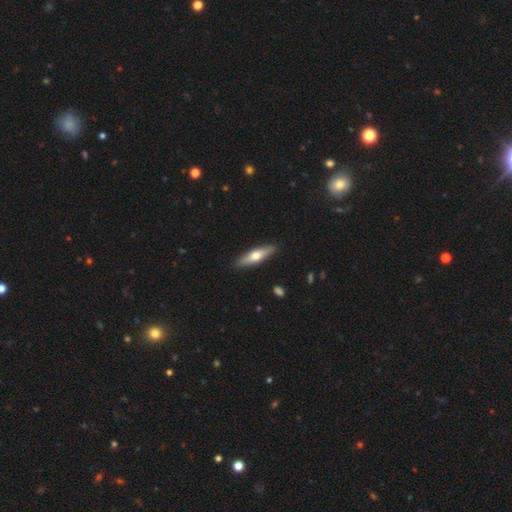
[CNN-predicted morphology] Smooth or featured? Predicted: smooth (p=0.51). How rounded? Predicted: cigar-shaped (p=0.71). Merging? Predicted: none (p=0.90).